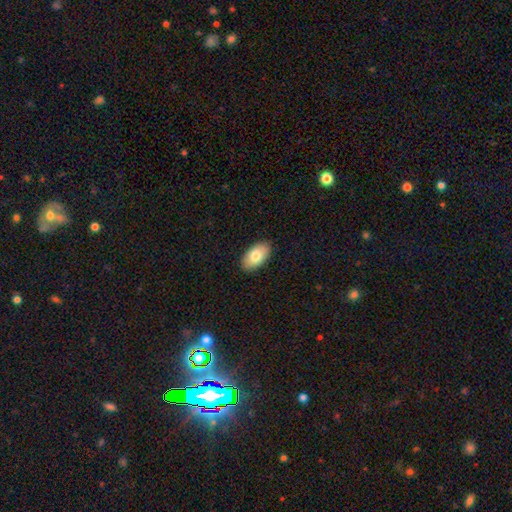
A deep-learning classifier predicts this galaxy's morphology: smooth 79%, featured or disk 15%, star or artifact 6%. Down the decision tree: how rounded — in between (95%); merging — none (89%).